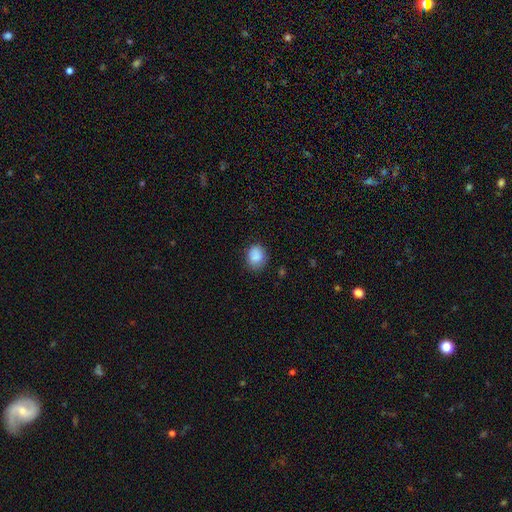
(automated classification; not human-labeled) This is clearly a smooth galaxy (88%). How rounded: likely round (61%). Merging: likely none (79%).